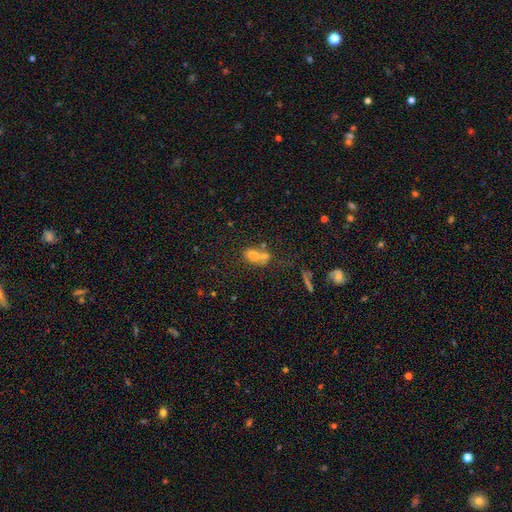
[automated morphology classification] The model was most divided on "merging": merger: 48%, none: 30%, minor disturbance: 13%, major disturbance: 9%. More confident: how rounded — in between (75%); smooth or featured — smooth (67%).